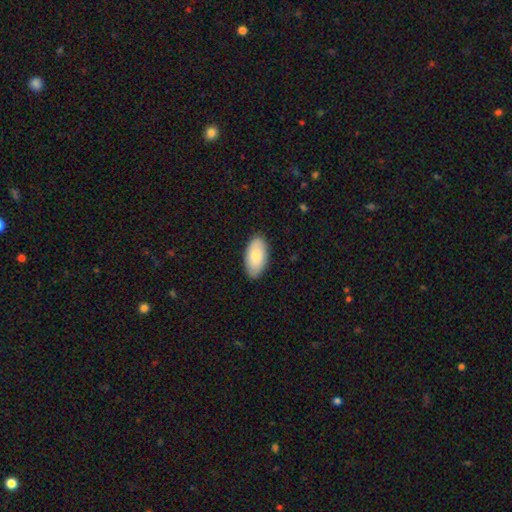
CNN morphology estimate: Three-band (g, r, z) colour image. It shows a smooth galaxy with no disk features (80%) that is in between round and cigar-shaped (95%). Merging: none (86%).